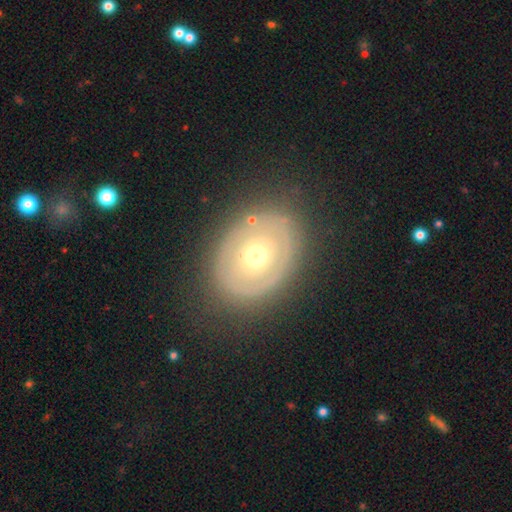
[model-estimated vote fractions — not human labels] smooth-or-featured: featured or disk: 56% | smooth: 37% | star or artifact: 7%
  disk-edge-on: no: 93% | yes: 7%
    bar: no: 89% | weak: 8% | strong: 3%
    has-spiral-arms: no: 81% | yes: 19%
    bulge-size: moderate: 58% | small: 36% | large: 4% | dominant: 1% | none: 1%
  merging: none: 78% | minor disturbance: 14% | major disturbance: 6% | merger: 2%